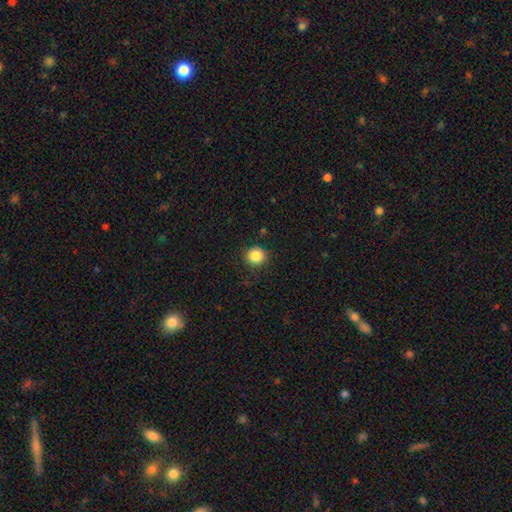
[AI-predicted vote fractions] Smooth or featured?
  - smooth: 86% *
  - star or artifact: 10%
  - featured or disk: 4%
How rounded?
  - round: 92% *
  - in between: 7%
  - cigar-shaped: 1%
Merging?
  - none: 88% *
  - minor disturbance: 8%
  - major disturbance: 2%
  - merger: 1%